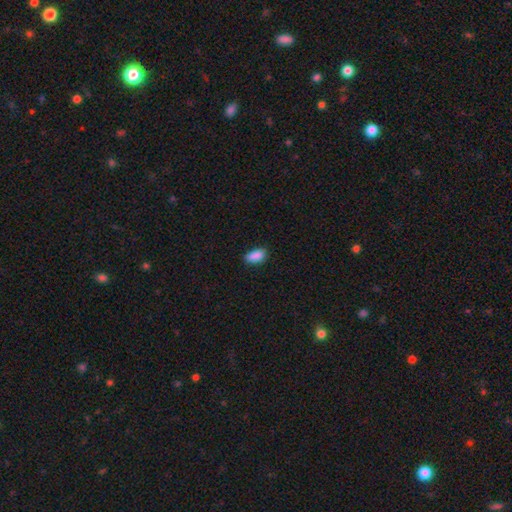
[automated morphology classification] Smooth or featured: smooth — 89% (star or artifact — 8%)
How rounded: in between — 90% (cigar-shaped — 6%)
Merging: none — 80% (minor disturbance — 16%)